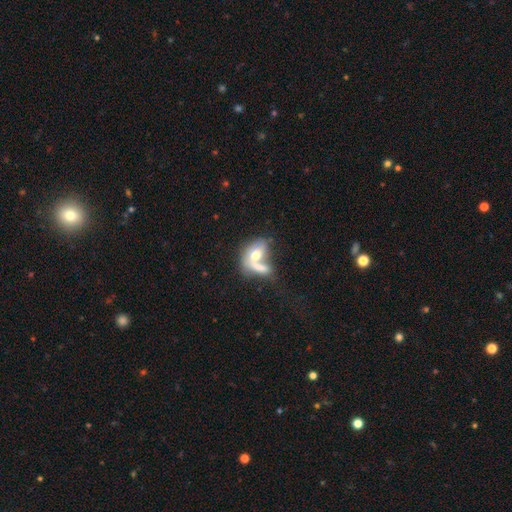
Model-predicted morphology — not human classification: Smooth or featured? smooth (63%)
How rounded? in between (77%)
Merging? merger (66%)